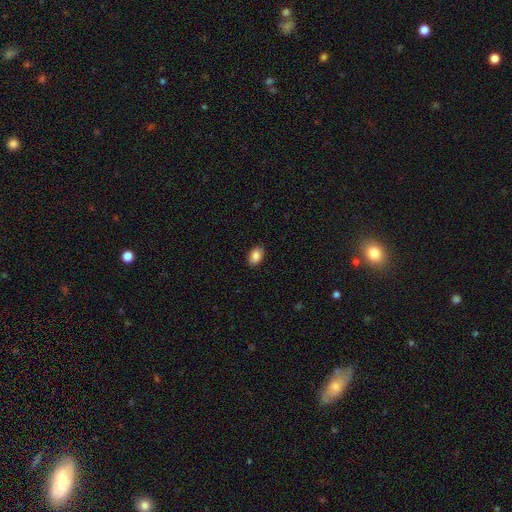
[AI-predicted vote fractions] Overall: smooth (88%). How rounded: in between (89%). Merging: none (89%).